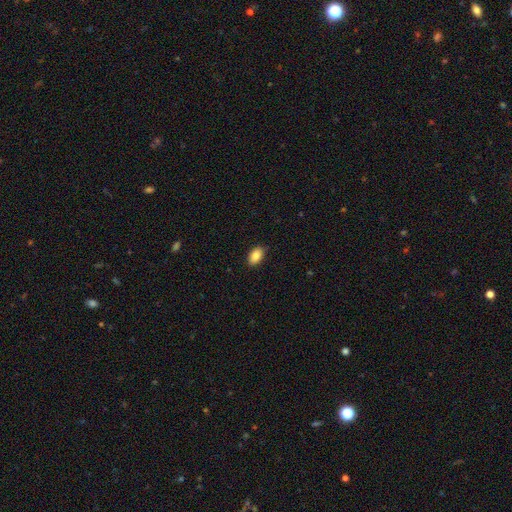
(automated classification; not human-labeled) Smooth or featured?
  - smooth: 86% *
  - star or artifact: 8%
  - featured or disk: 7%
How rounded?
  - in between: 91% *
  - round: 7%
  - cigar-shaped: 2%
Merging?
  - none: 88% *
  - minor disturbance: 9%
  - major disturbance: 2%
  - merger: 1%